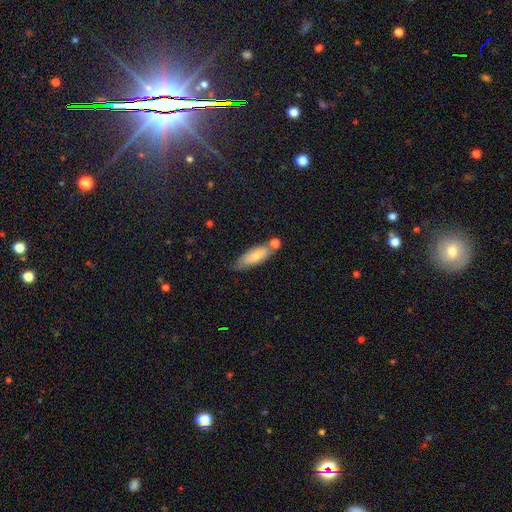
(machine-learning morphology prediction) This appears to be a smooth galaxy with no disk features (71%) that is in between round and cigar-shaped (63%). Merging: none (56%).